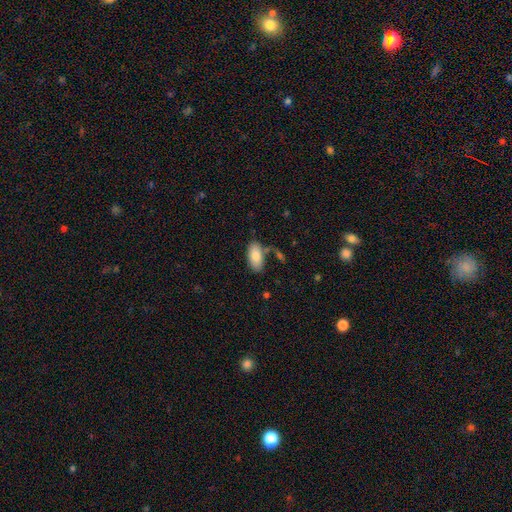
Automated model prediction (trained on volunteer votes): Q: Smooth or featured?
A: smooth (82%); runner-up: featured or disk (12%)
Q: How rounded?
A: in between (92%); runner-up: cigar-shaped (5%)
Q: Merging?
A: none (69%); runner-up: minor disturbance (17%)